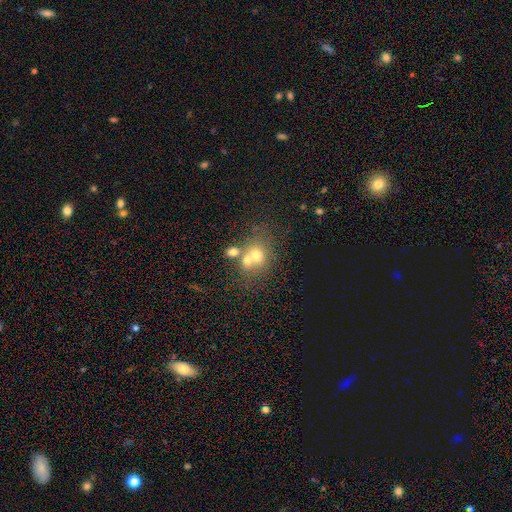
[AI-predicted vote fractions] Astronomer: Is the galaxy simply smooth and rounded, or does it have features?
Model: smooth — 63%.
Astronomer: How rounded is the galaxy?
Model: round — 65%.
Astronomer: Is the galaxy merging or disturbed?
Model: merger — 48% (runner-up: none, 38%).